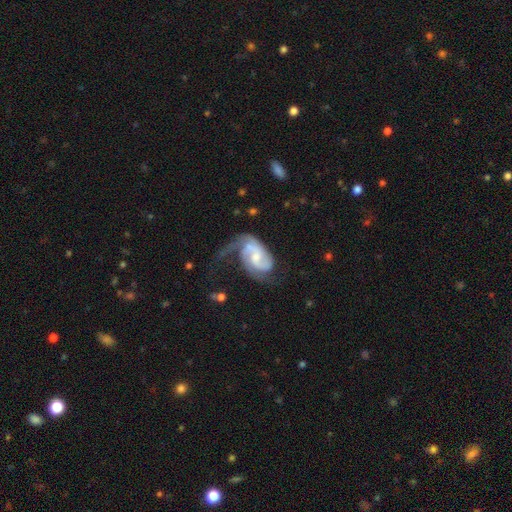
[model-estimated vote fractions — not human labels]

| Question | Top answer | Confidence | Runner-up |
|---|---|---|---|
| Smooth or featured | featured or disk | 83% | smooth (11%) |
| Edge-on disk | no | 97% | yes (3%) |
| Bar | weak | 46% | no (41%) |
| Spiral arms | yes | 95% | no (5%) |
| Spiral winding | medium | 45% | loose (28%) |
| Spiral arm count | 2 | 69% | 1 (14%) |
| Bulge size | moderate | 44% | small (41%) |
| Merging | major disturbance | 38% | none (34%) |